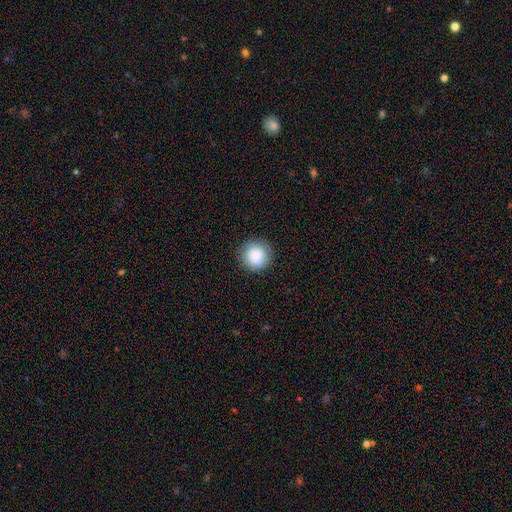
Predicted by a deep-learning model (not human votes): The model was most divided on "smooth or featured": smooth: 86%, star or artifact: 8%, featured or disk: 5%. More confident: how rounded — round (96%); merging — none (90%).